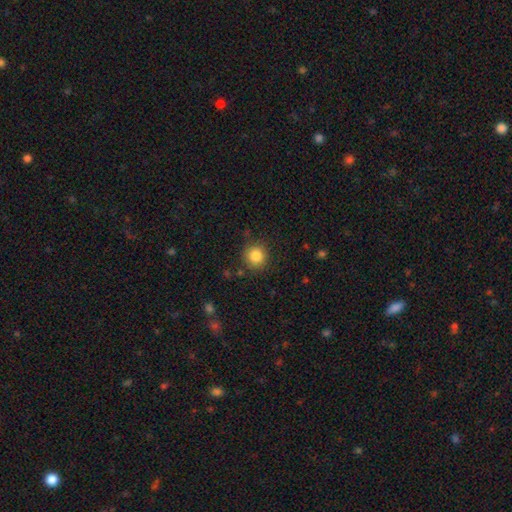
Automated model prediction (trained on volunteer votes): Overall: smooth (85%). How rounded: round (92%). Merging: none (85%).